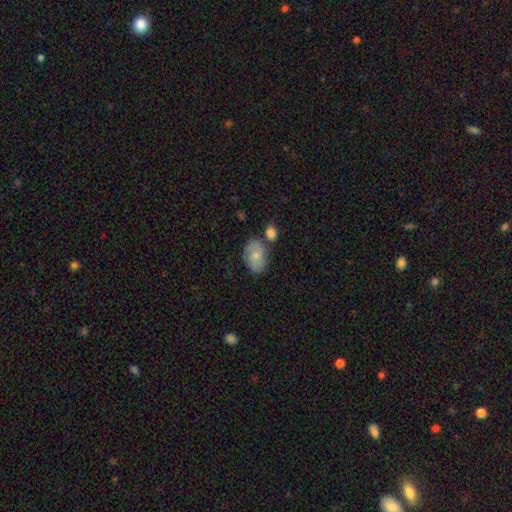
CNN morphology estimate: Q: Smooth or featured?
A: smooth (61%); runner-up: featured or disk (32%)
Q: How rounded?
A: in between (83%); runner-up: round (16%)
Q: Merging?
A: none (61%); runner-up: minor disturbance (20%)